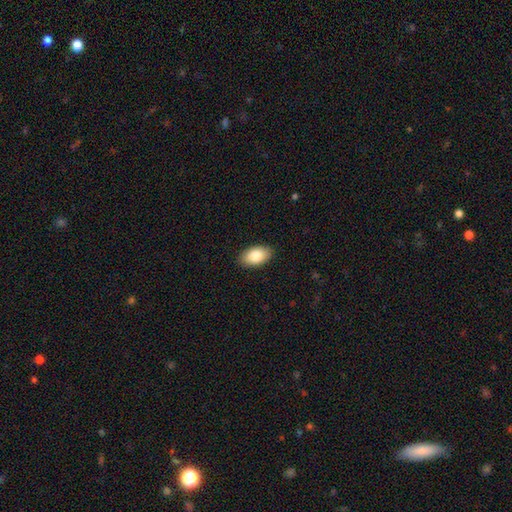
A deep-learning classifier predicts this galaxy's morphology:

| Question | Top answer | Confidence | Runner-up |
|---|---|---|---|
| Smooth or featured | smooth | 84% | featured or disk (9%) |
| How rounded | in between | 94% | round (4%) |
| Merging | none | 89% | minor disturbance (8%) |